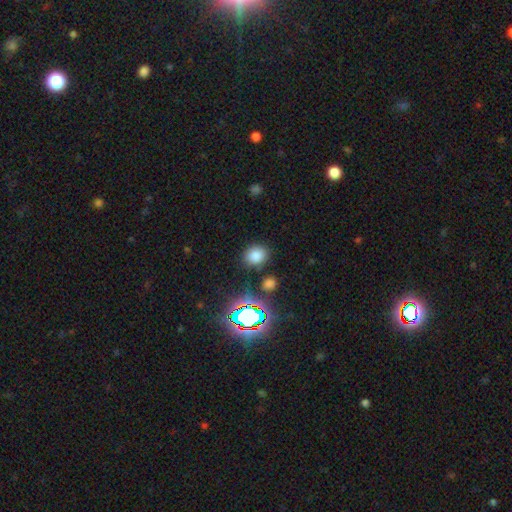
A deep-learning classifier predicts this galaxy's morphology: Smooth or featured?
  - smooth: 75% *
  - star or artifact: 18%
  - featured or disk: 7%
How rounded?
  - round: 67% *
  - in between: 32%
  - cigar-shaped: 1%
Merging?
  - none: 83% *
  - minor disturbance: 10%
  - merger: 4%
  - major disturbance: 3%